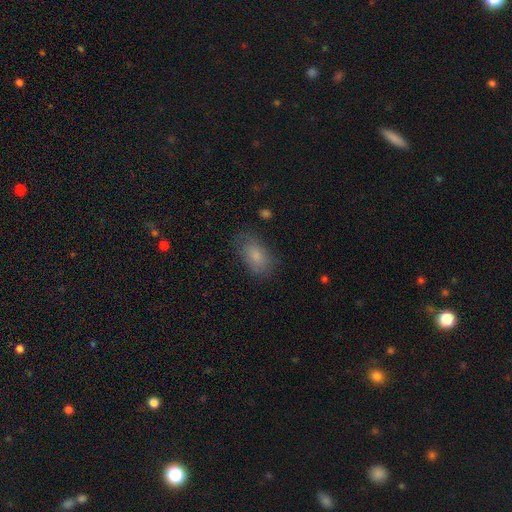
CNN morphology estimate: type=smooth (80%); roundness=in between (91%); merging=none (70%).